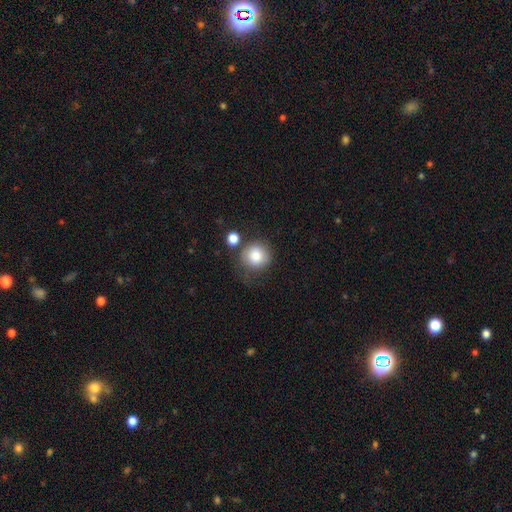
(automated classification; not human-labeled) Smooth or featured: smooth — 82% (featured or disk — 10%)
How rounded: round — 89% (in between — 10%)
Merging: none — 62% (minor disturbance — 18%)